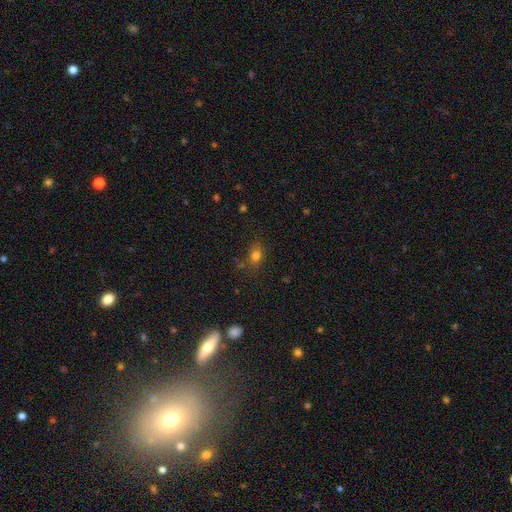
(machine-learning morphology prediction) Q: Smooth or featured?
A: smooth (77%); runner-up: star or artifact (16%)
Q: How rounded?
A: in between (55%); runner-up: round (43%)
Q: Merging?
A: none (73%); runner-up: minor disturbance (17%)